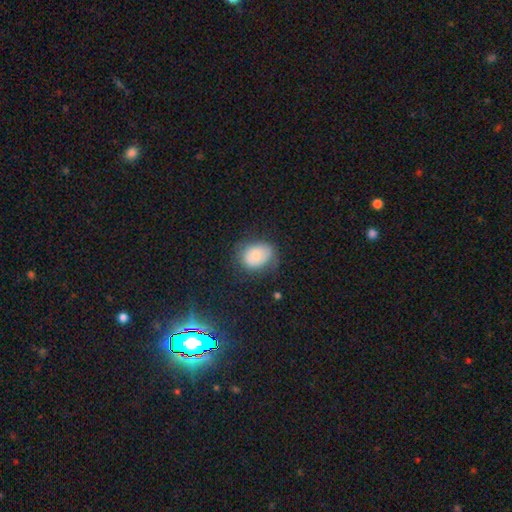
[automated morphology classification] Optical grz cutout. It shows a smooth galaxy with no disk features (78%) that is in between round and cigar-shaped (64%). Merging: none (64%).